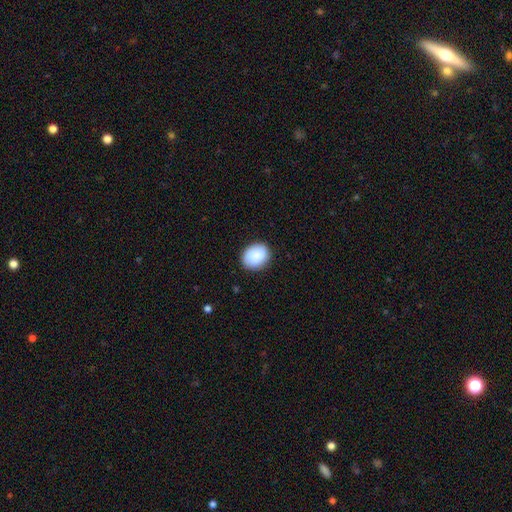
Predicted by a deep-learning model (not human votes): This appears to be a smooth galaxy with no disk features (88%) that is round (53%). Merging: none (85%).